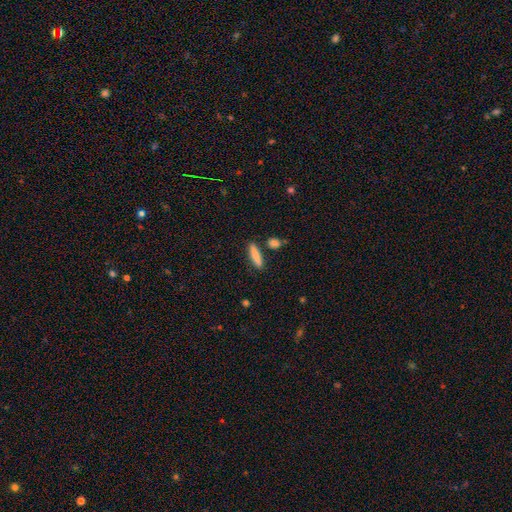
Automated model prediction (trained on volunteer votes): smooth-or-featured: smooth: 83% | featured or disk: 10% | star or artifact: 6%
  how-rounded: cigar-shaped: 82% | in between: 16% | round: 2%
  merging: none: 84% | minor disturbance: 9% | merger: 5% | major disturbance: 2%